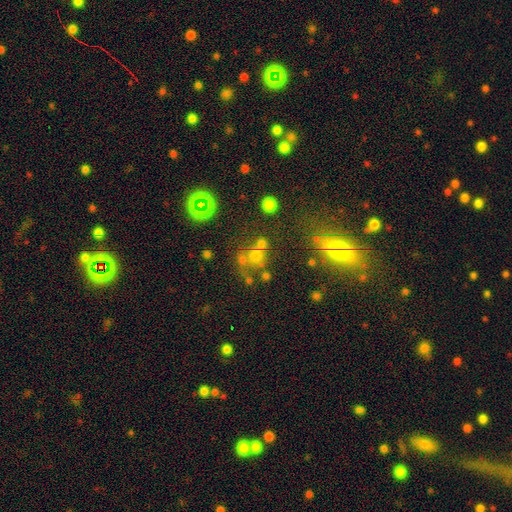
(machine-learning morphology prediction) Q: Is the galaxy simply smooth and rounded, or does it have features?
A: smooth — 60%.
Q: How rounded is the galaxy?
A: round — 84%.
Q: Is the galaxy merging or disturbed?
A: none — 56%.